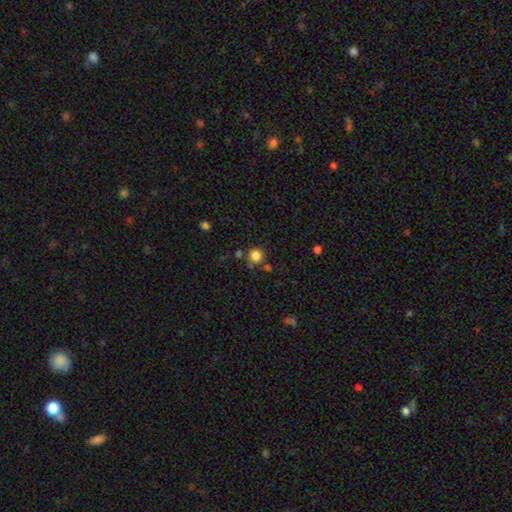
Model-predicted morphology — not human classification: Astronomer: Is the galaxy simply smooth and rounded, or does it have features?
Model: smooth — 83%.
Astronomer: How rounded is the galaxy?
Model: round — 92%.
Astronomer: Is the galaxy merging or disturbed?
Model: none — 79%.